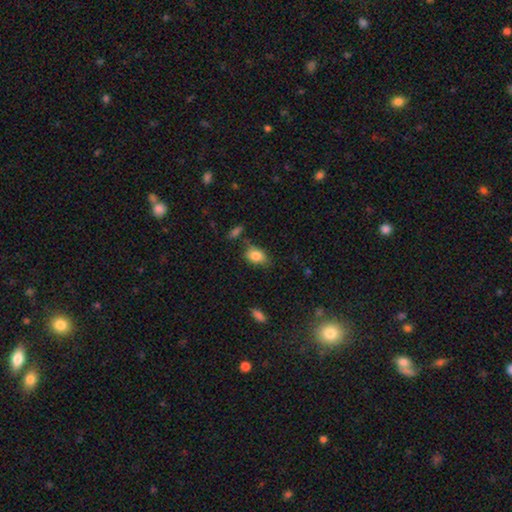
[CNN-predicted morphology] Smooth or featured? Predicted: smooth (p=0.84). How rounded? Predicted: in between (p=0.79). Merging? Predicted: none (p=0.65).